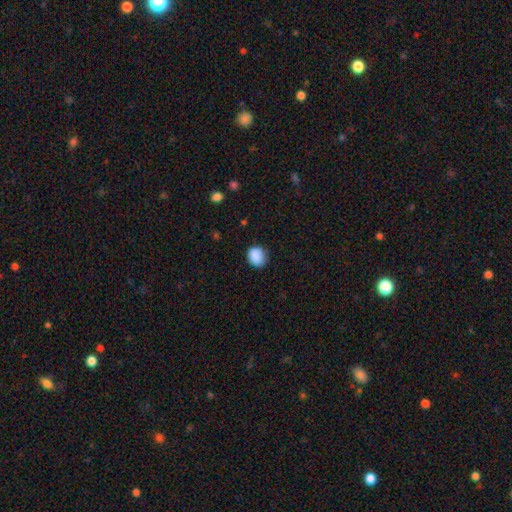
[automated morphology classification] Smooth or featured? smooth (88%)
How rounded? round (68%)
Merging? none (78%)